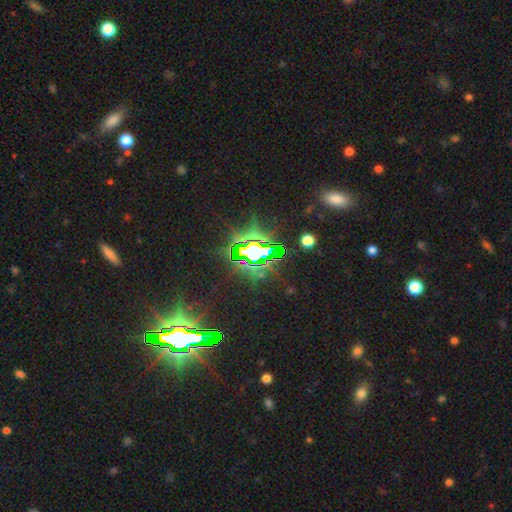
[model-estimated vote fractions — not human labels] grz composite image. It shows a star or artifact, not a galaxy (81%).